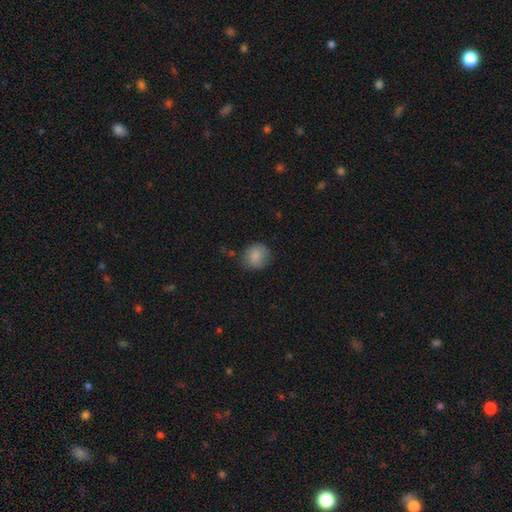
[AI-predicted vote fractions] This is clearly a smooth galaxy (84%). How rounded: likely round (74%). Merging: likely none (74%).